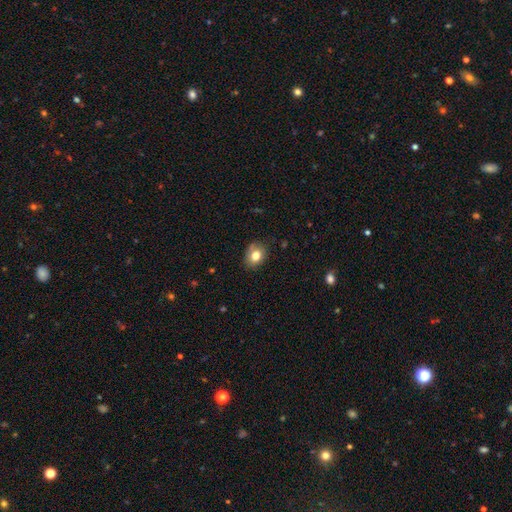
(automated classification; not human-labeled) smooth_or_featured: smooth (p=0.80) [alt: featured or disk p=0.11]
how_rounded: in between (p=0.54) [alt: round p=0.45]
merging: none (p=0.78) [alt: minor disturbance p=0.17]